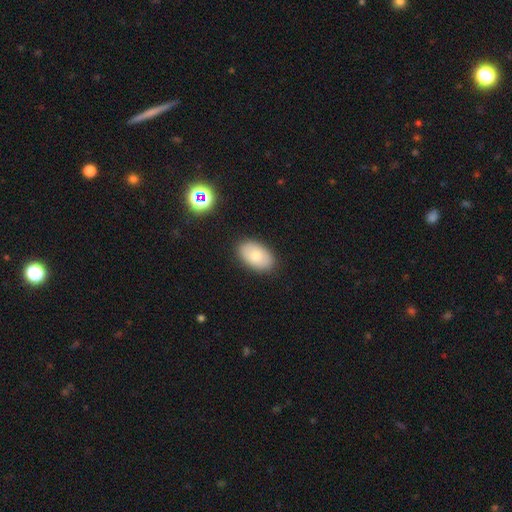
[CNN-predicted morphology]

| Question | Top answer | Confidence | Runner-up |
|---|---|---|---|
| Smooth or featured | smooth | 73% | featured or disk (20%) |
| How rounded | in between | 92% | round (7%) |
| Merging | none | 87% | minor disturbance (9%) |